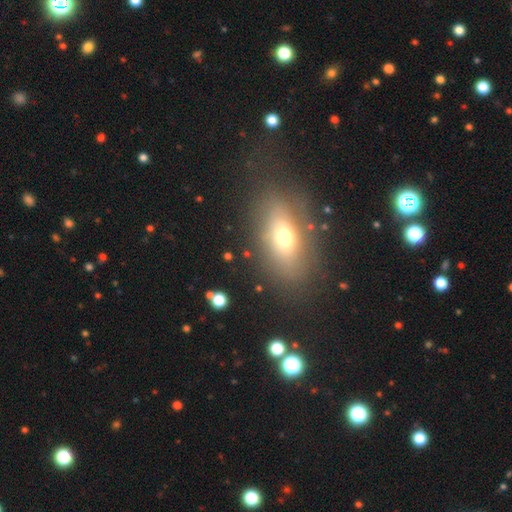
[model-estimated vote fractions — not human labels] Smooth or featured? smooth (54%)
How rounded? in between (79%)
Merging? none (81%)